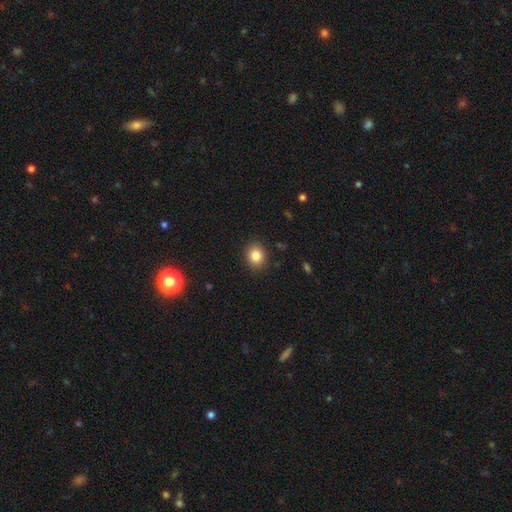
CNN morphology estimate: Smooth or featured? smooth (84%)
How rounded? round (66%)
Merging? none (89%)